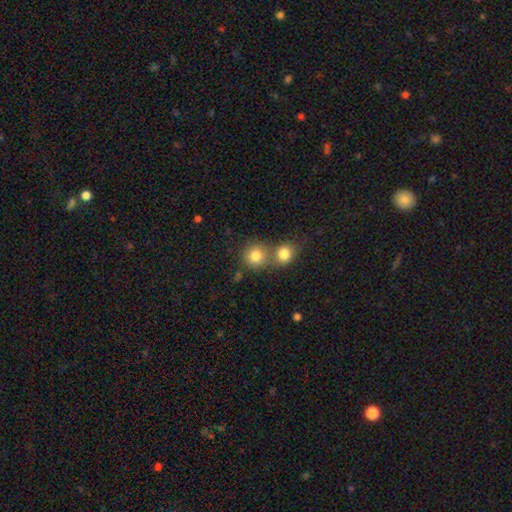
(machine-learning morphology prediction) Smooth or featured?
  - smooth: 81% *
  - star or artifact: 10%
  - featured or disk: 9%
How rounded?
  - round: 87% *
  - in between: 13%
  - cigar-shaped: 1%
Merging?
  - merger: 47% *
  - none: 44%
  - minor disturbance: 7%
  - major disturbance: 3%